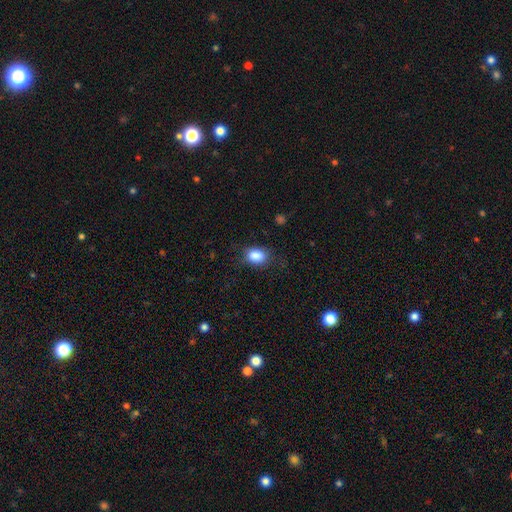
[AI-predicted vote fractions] Smooth or featured? smooth (87%)
How rounded? in between (74%)
Merging? none (74%)